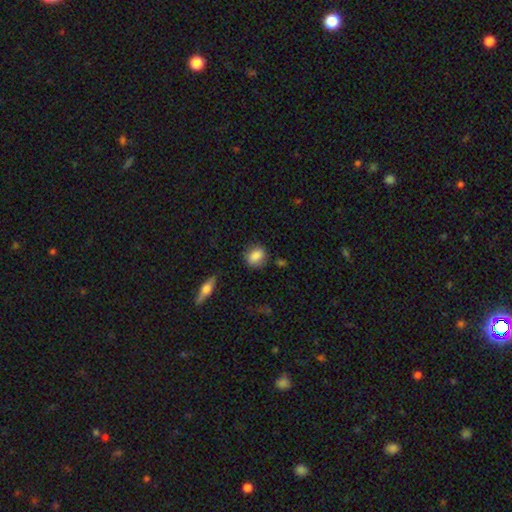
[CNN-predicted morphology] Smooth or featured? Predicted: smooth (p=0.85). How rounded? Predicted: round (p=0.51). Merging? Predicted: none (p=0.79).